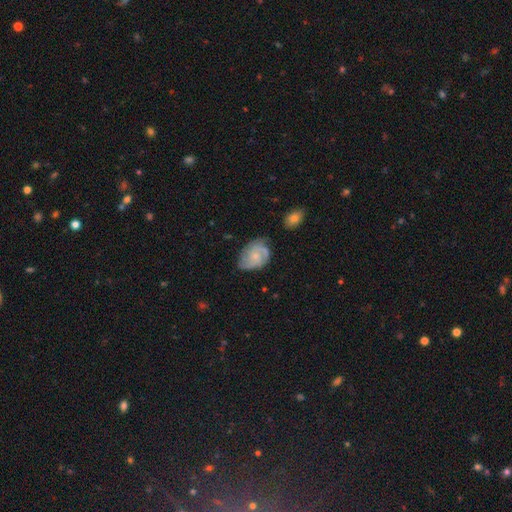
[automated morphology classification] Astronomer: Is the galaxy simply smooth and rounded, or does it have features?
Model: featured or disk — 65%.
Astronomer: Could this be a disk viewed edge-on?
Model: no — 97%.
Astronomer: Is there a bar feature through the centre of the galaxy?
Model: no — 72%.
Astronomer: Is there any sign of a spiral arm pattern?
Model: yes — 90%.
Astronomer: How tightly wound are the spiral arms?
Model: medium — 44% (runner-up: tight, 39%).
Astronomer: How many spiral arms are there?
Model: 2 — 34% (runner-up: 3, 32%).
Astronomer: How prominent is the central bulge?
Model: small — 64%.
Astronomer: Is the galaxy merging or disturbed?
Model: none — 59%.